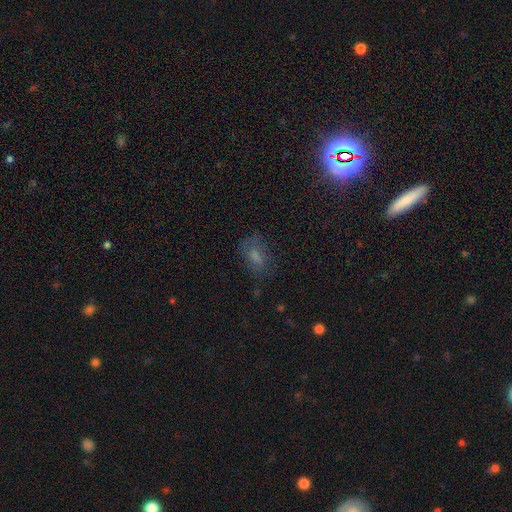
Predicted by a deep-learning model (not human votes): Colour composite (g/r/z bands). It shows a smooth galaxy with no disk features (56%) that is in between round and cigar-shaped (81%). Merging: none (58%).